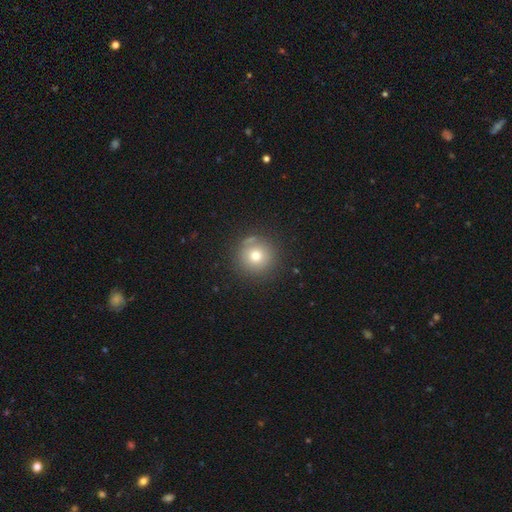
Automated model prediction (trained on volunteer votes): The model was most divided on "smooth or featured": smooth: 73%, star or artifact: 14%, featured or disk: 13%. More confident: how rounded — round (95%); merging — none (83%).